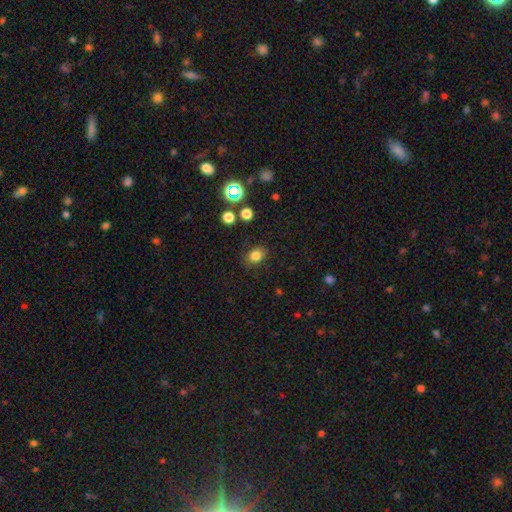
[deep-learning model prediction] Morphology: type=smooth (80%); roundness=in between (50%); merging=none (82%).